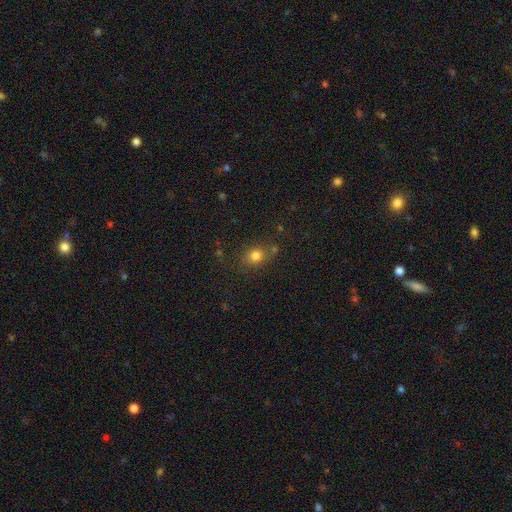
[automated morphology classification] type=smooth (77%); roundness=round (62%); merging=none (74%).